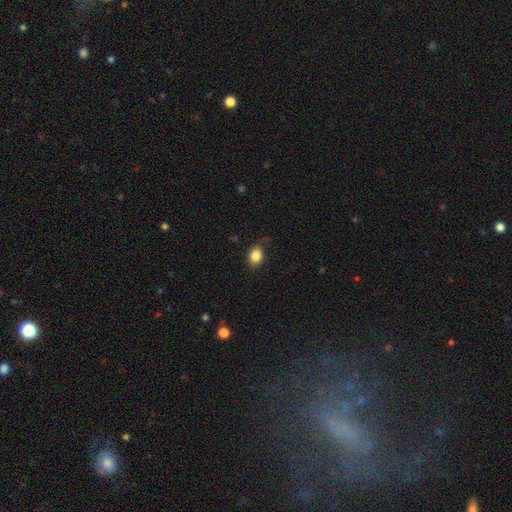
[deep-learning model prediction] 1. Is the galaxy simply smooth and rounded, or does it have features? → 85% smooth, 9% star or artifact, 6% featured or disk.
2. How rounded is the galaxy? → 57% in between, 42% round, 1% cigar-shaped.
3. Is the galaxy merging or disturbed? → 74% none, 19% minor disturbance, 6% major disturbance, 1% merger.